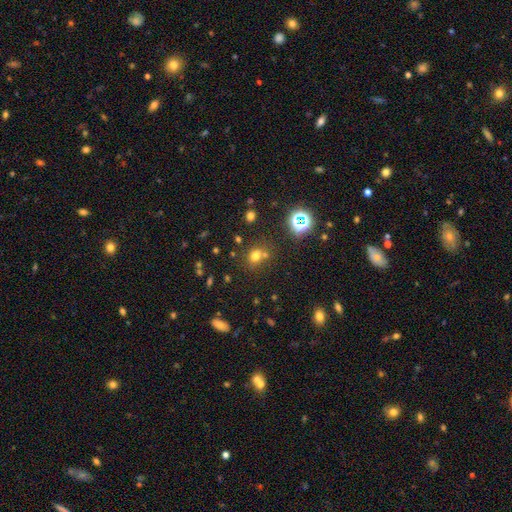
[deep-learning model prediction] Smooth or featured: smooth — 64% (star or artifact — 26%)
How rounded: round — 65% (in between — 34%)
Merging: none — 58% (merger — 26%)